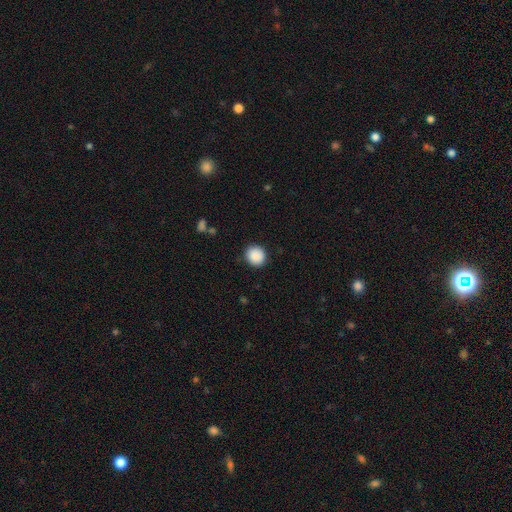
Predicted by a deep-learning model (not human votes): The model was most divided on "how rounded": round: 88%, in between: 11%, cigar-shaped: 1%. More confident: merging — none (89%); smooth or featured — smooth (89%).